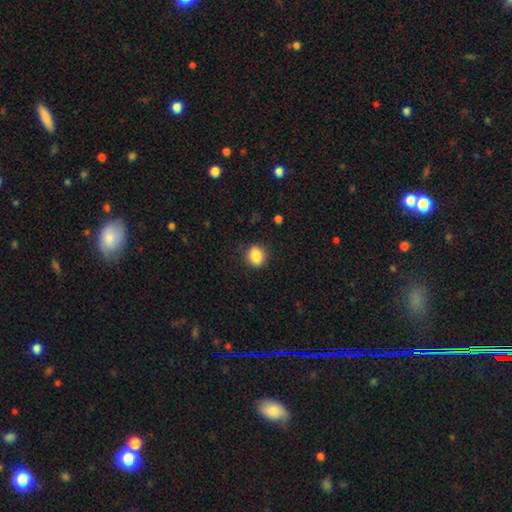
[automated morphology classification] smooth-or-featured: smooth: 86% | star or artifact: 9% | featured or disk: 6%
  how-rounded: round: 55% | in between: 43% | cigar-shaped: 1%
  merging: none: 84% | minor disturbance: 11% | major disturbance: 3% | merger: 1%